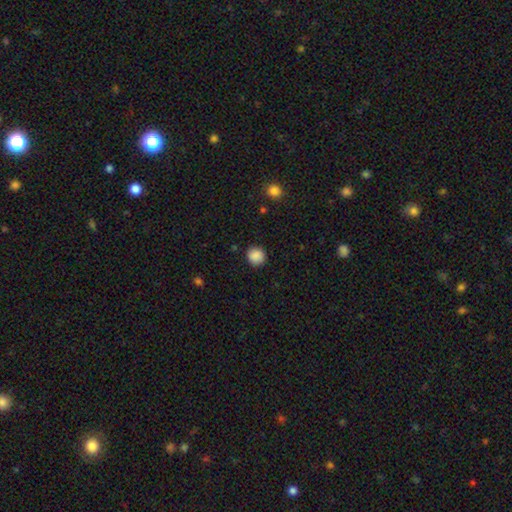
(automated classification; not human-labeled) smooth-or-featured: smooth: 88% | star or artifact: 9% | featured or disk: 3%
  how-rounded: round: 89% | in between: 10% | cigar-shaped: 1%
  merging: none: 89% | minor disturbance: 7% | major disturbance: 2% | merger: 1%